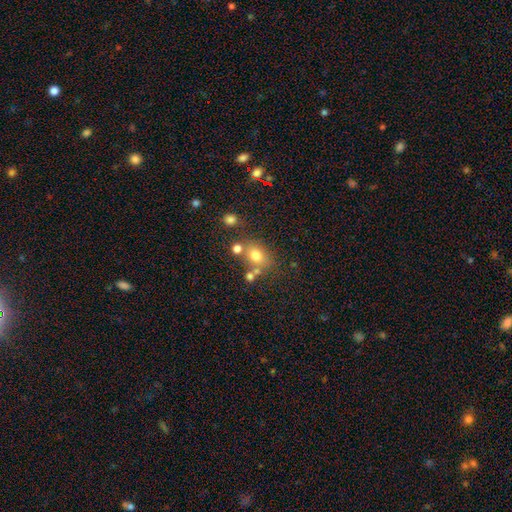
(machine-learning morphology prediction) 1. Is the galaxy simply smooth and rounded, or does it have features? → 73% smooth, 15% star or artifact, 13% featured or disk.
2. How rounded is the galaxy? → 58% in between, 40% round, 2% cigar-shaped.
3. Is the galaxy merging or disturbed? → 62% none, 18% merger, 14% minor disturbance, 6% major disturbance.